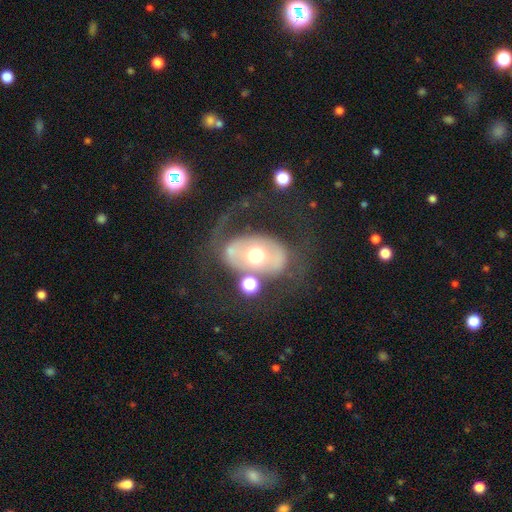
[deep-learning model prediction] Overall: featured or disk (62%; smooth 30%). Edge-on disk: no (94%). Bar: no (70%). Spiral arms: no (56%; yes 44%). Bulge size: moderate (65%). Merging: none (50%; major disturbance 24%).